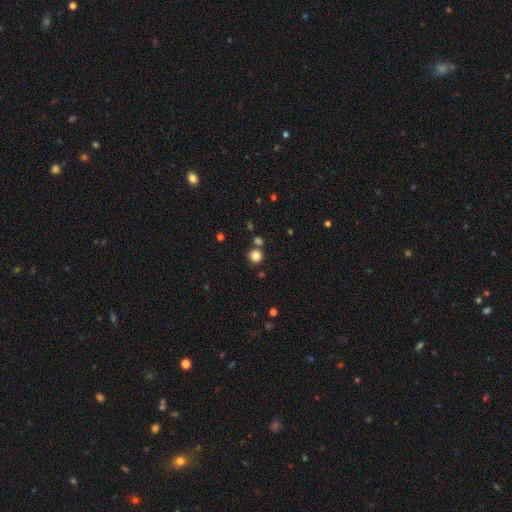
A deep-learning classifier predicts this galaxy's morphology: Smooth or featured? smooth (83%)
How rounded? round (93%)
Merging? none (76%)